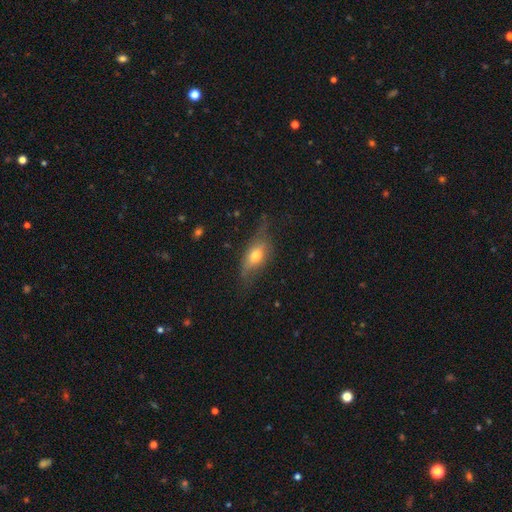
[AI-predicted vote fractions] A smooth galaxy with no disk features (56%) that is in between round and cigar-shaped (76%). Merging: none (55%).